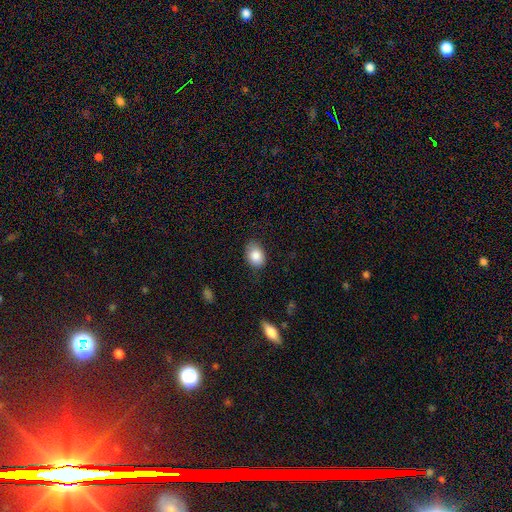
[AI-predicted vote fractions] Q: Smooth or featured?
A: smooth (86%); runner-up: star or artifact (8%)
Q: How rounded?
A: in between (75%); runner-up: round (24%)
Q: Merging?
A: none (78%); runner-up: minor disturbance (17%)